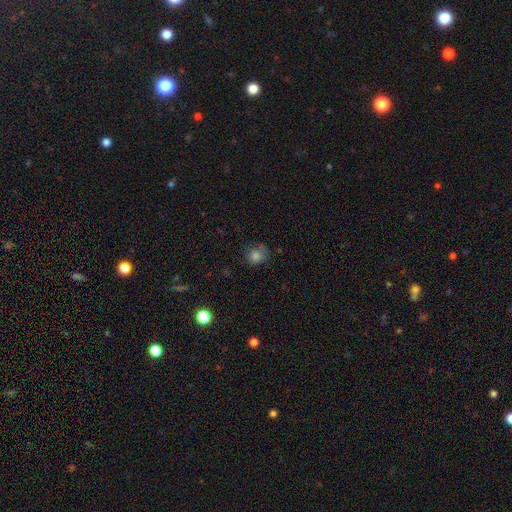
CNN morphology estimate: type=smooth (78%); roundness=round (78%); merging=none (65%).